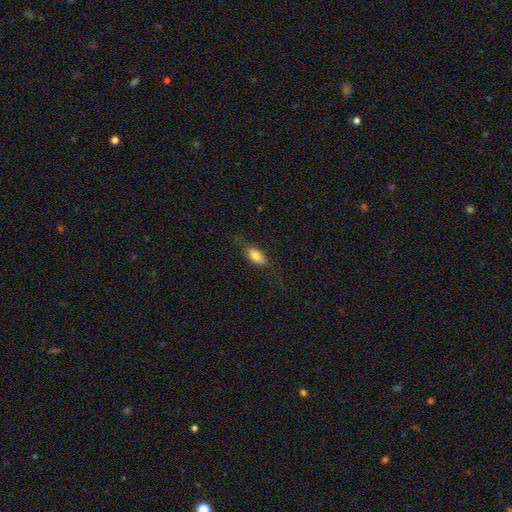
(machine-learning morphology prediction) A smooth galaxy with no disk features (77%) that is in between round and cigar-shaped (85%). Merging: none (69%).